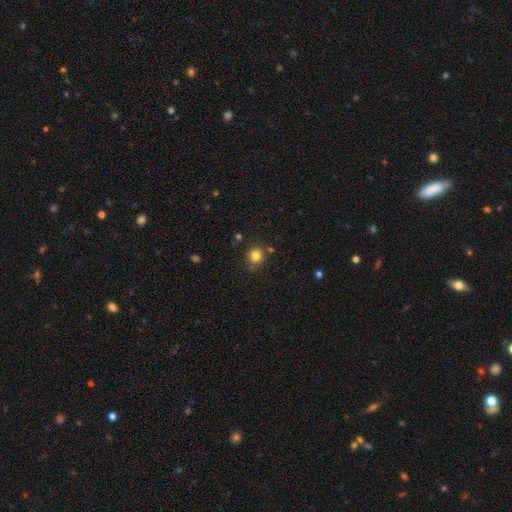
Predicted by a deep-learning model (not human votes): Smooth or featured? Predicted: smooth (p=0.81). How rounded? Predicted: round (p=0.89). Merging? Predicted: none (p=0.81).